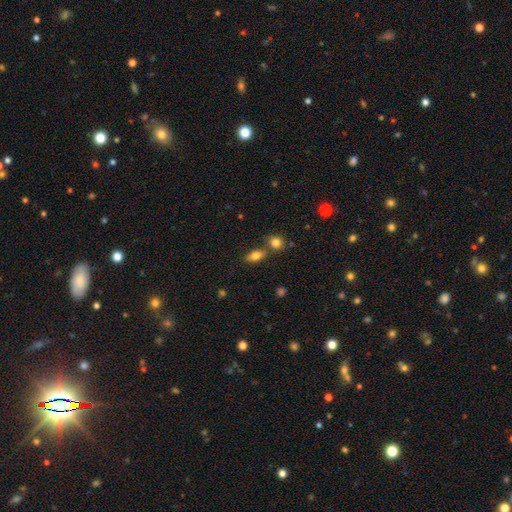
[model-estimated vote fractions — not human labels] smooth 77%, featured or disk 14%, star or artifact 9%. Down the decision tree: how rounded — in between (81%); merging — none (67%).